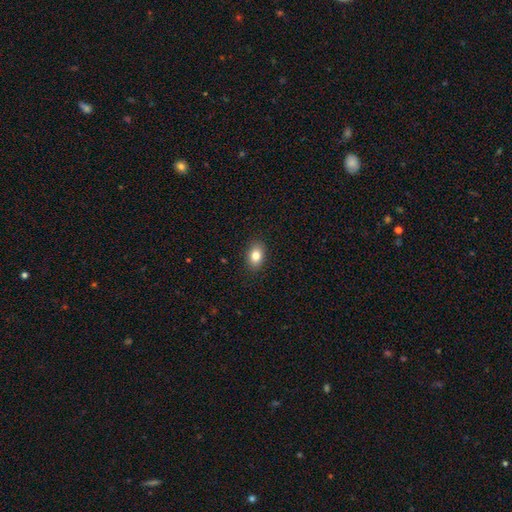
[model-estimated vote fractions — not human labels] smooth_or_featured: smooth (p=0.83) [alt: featured or disk p=0.09]
how_rounded: in between (p=0.83) [alt: round p=0.16]
merging: none (p=0.89) [alt: minor disturbance p=0.08]